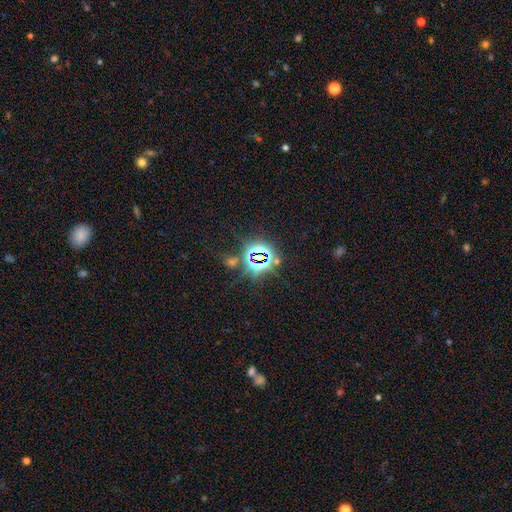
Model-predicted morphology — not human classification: smooth-or-featured: star or artifact: 81% | smooth: 11% | featured or disk: 8%